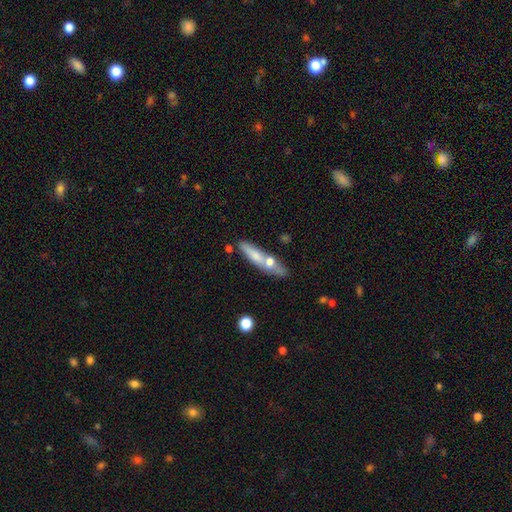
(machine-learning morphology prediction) Q: Smooth or featured?
A: smooth (54%); runner-up: featured or disk (39%)
Q: How rounded?
A: cigar-shaped (82%); runner-up: in between (15%)
Q: Merging?
A: none (62%); runner-up: merger (18%)